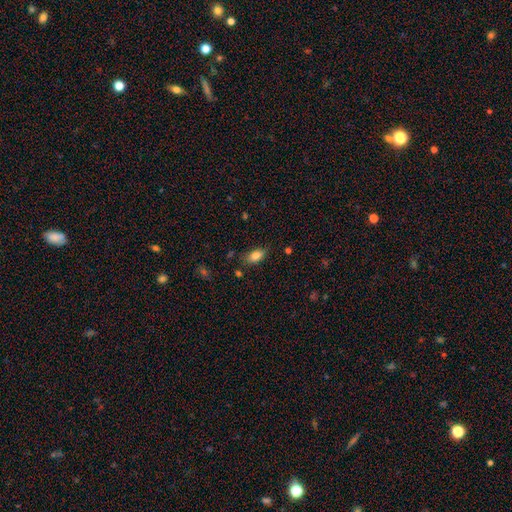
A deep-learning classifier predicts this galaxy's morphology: This appears to be a smooth galaxy with no disk features (82%) that is in between round and cigar-shaped (88%). Merging: none (78%).